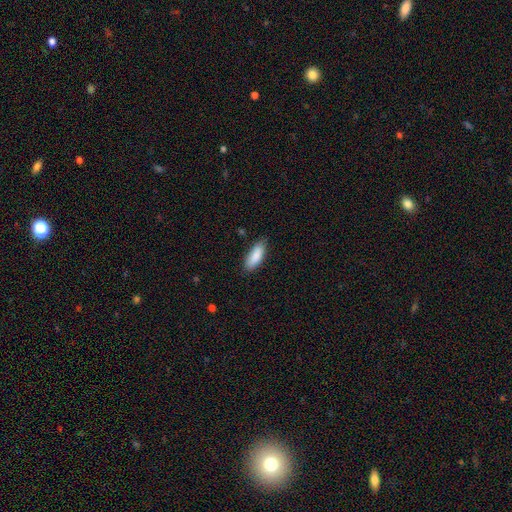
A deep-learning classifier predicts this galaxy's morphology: smooth_or_featured: smooth (p=0.88) [alt: featured or disk p=0.06]
how_rounded: in between (p=0.73) [alt: cigar-shaped p=0.25]
merging: none (p=0.81) [alt: minor disturbance p=0.15]